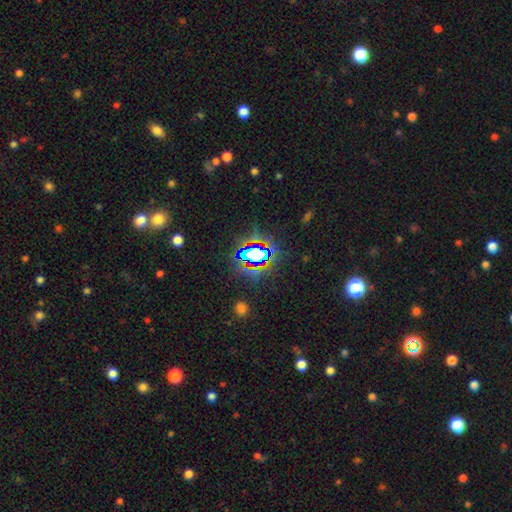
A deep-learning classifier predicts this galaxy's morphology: type=star or artifact (71%).